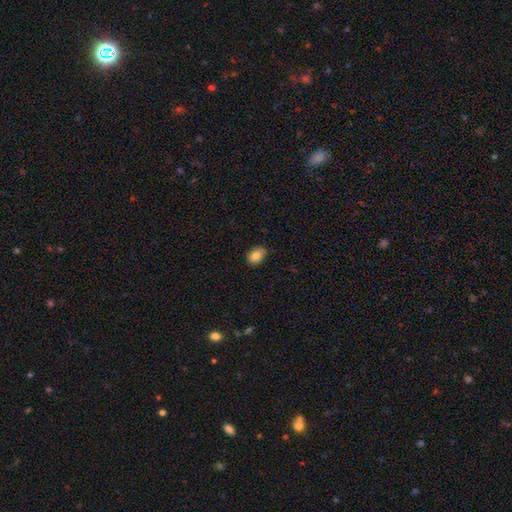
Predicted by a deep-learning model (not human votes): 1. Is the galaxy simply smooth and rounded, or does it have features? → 85% smooth, 8% star or artifact, 7% featured or disk.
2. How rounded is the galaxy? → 71% in between, 28% round, 1% cigar-shaped.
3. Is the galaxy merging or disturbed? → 77% none, 19% minor disturbance, 3% major disturbance, 1% merger.